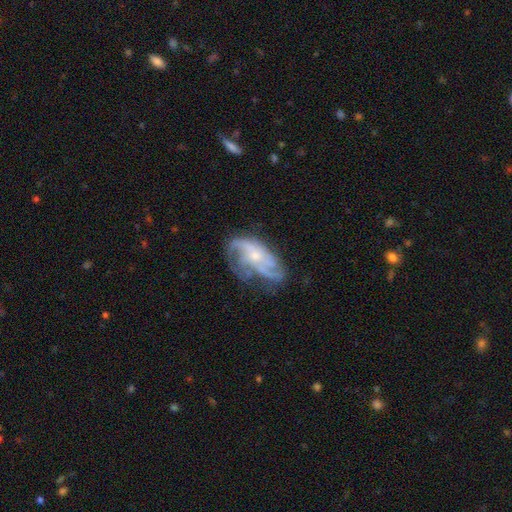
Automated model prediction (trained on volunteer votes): smooth_or_featured: featured or disk (p=0.82) [alt: smooth p=0.11]
disk_edge_on: no (p=0.96) [alt: yes p=0.04]
bar: no (p=0.71) [alt: weak p=0.24]
has_spiral_arms: yes (p=0.92) [alt: no p=0.08]
spiral_winding: medium (p=0.44) [alt: tight p=0.30]
spiral_arm_count: 3 (p=0.34) [alt: can't tell p=0.22]
bulge_size: small (p=0.66) [alt: moderate p=0.27]
merging: none (p=0.54) [alt: minor disturbance p=0.24]